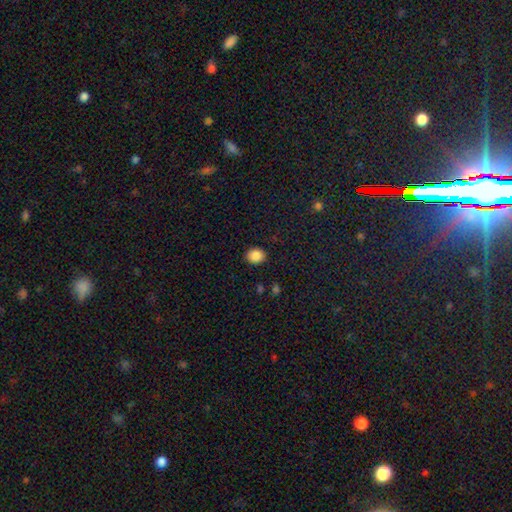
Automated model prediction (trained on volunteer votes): smooth 87%, star or artifact 9%, featured or disk 3%. Down the decision tree: how rounded — round (59%); merging — none (89%).